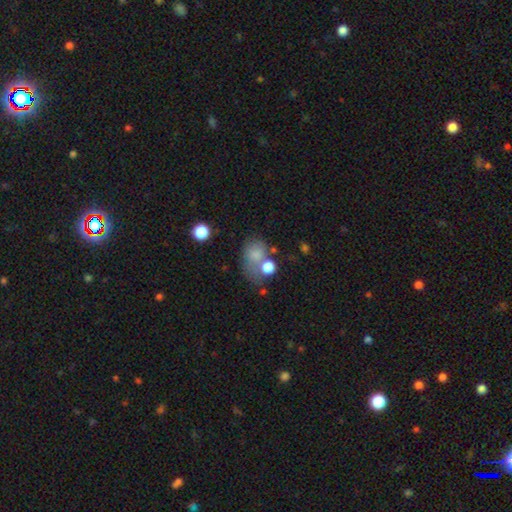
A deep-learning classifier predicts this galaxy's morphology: Smooth or featured: smooth — 74% (featured or disk — 13%)
How rounded: in between — 57% (round — 42%)
Merging: none — 37% (merger — 24%)